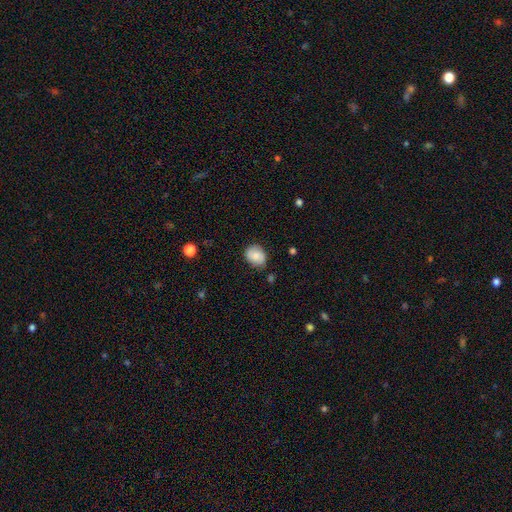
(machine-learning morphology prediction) Smooth or featured: smooth — 74% (featured or disk — 18%)
How rounded: in between — 52% (round — 47%)
Merging: none — 73% (minor disturbance — 21%)